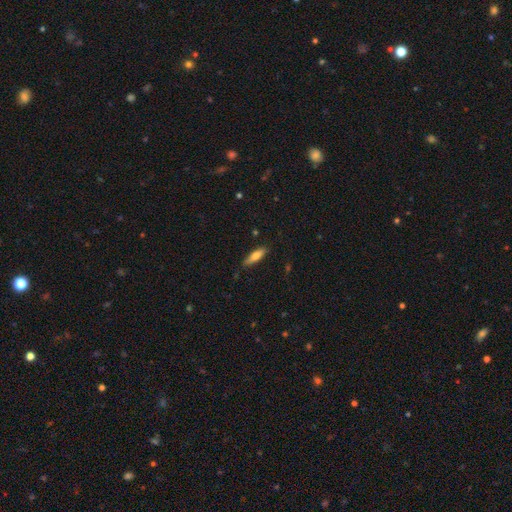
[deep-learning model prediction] This appears to be a smooth galaxy with no disk features (69%) that is cigar-shaped (68%). Merging: none (82%).